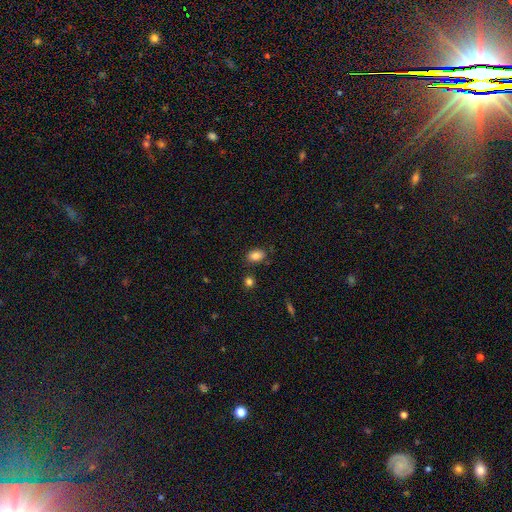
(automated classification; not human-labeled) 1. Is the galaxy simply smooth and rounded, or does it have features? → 86% smooth, 9% star or artifact, 5% featured or disk.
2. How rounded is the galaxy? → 85% in between, 13% round, 1% cigar-shaped.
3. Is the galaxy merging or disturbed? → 80% none, 13% minor disturbance, 4% merger, 3% major disturbance.